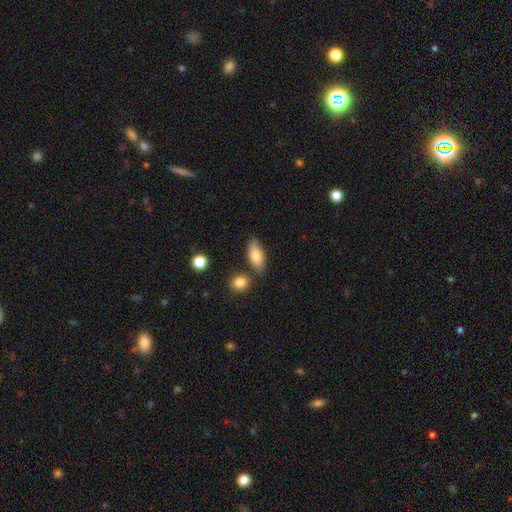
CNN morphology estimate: The model was most divided on "merging": none: 73%, minor disturbance: 14%, merger: 10%, major disturbance: 3%. More confident: how rounded — in between (84%); smooth or featured — smooth (81%).